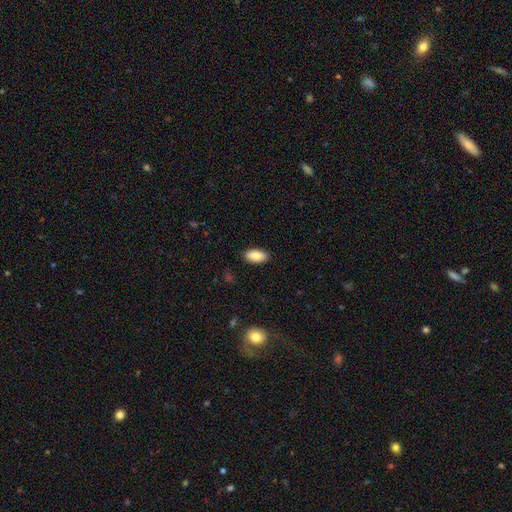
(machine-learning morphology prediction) smooth 86%, featured or disk 7%, star or artifact 7%. Down the decision tree: how rounded — in between (94%); merging — none (89%).